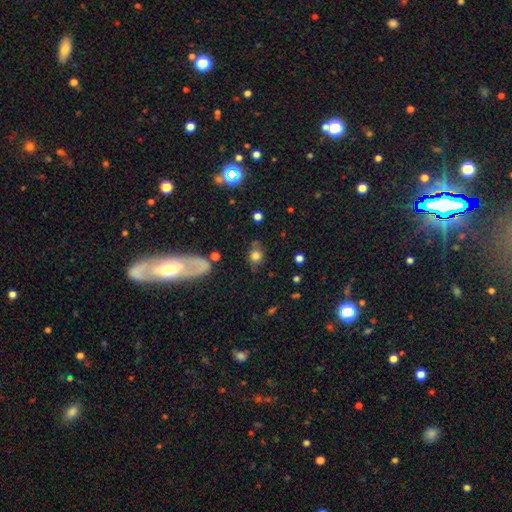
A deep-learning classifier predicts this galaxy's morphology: type=smooth (74%); roundness=round (72%); merging=none (68%).